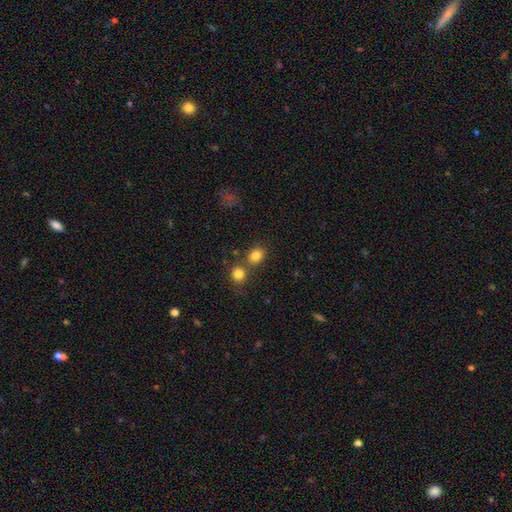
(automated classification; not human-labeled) The model was most divided on "how rounded": round: 58%, in between: 41%, cigar-shaped: 1%. More confident: smooth or featured — smooth (82%); merging — none (59%).